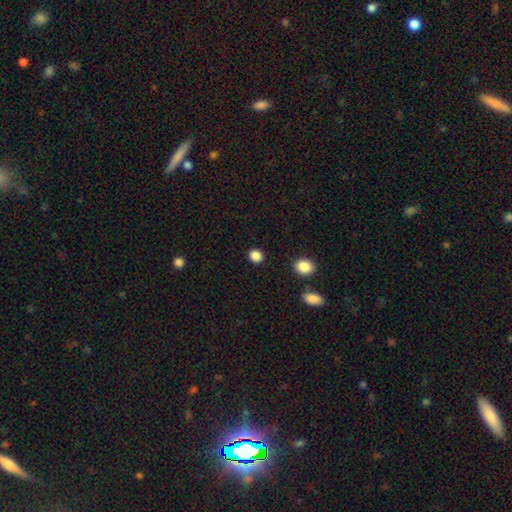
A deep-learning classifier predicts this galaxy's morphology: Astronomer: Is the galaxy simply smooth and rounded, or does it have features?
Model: smooth — 86%.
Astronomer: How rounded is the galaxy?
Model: round — 76%.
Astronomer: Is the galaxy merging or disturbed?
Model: none — 89%.